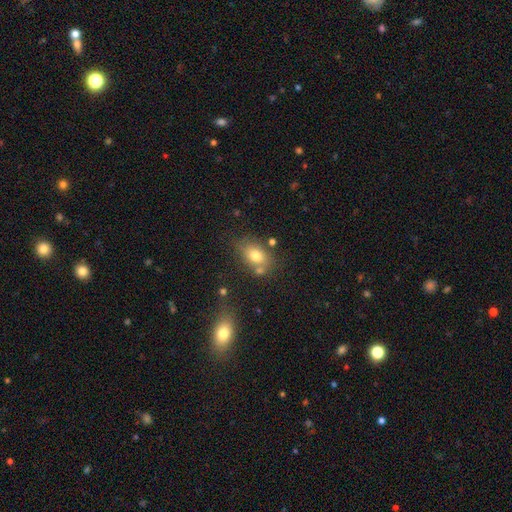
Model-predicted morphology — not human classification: The model was most divided on "merging": none: 64%, minor disturbance: 17%, merger: 14%, major disturbance: 5%. More confident: how rounded — in between (80%); smooth or featured — smooth (75%).